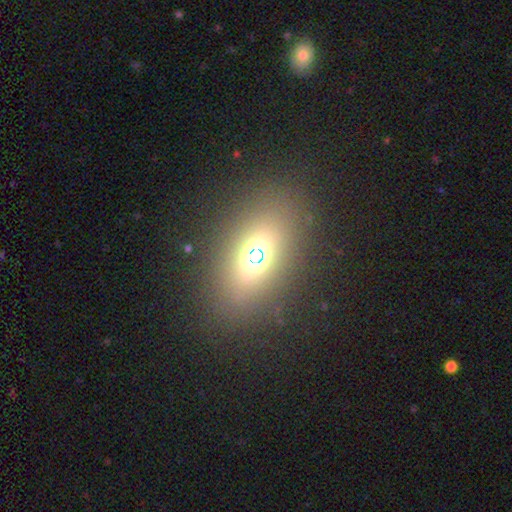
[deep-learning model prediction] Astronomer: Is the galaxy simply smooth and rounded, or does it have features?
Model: smooth — 56%.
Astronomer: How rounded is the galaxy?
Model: in between — 73%.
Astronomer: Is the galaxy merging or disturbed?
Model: none — 85%.